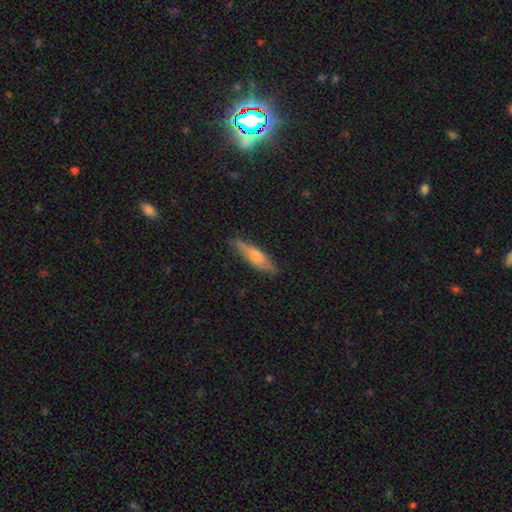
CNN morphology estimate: Smooth or featured? smooth (57%)
How rounded? cigar-shaped (76%)
Merging? none (81%)